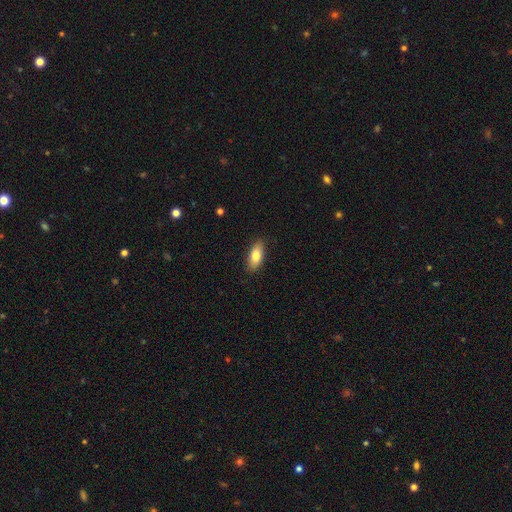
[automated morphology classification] The model was most divided on "smooth or featured": smooth: 80%, featured or disk: 13%, star or artifact: 6%. More confident: merging — none (87%); how rounded — in between (83%).